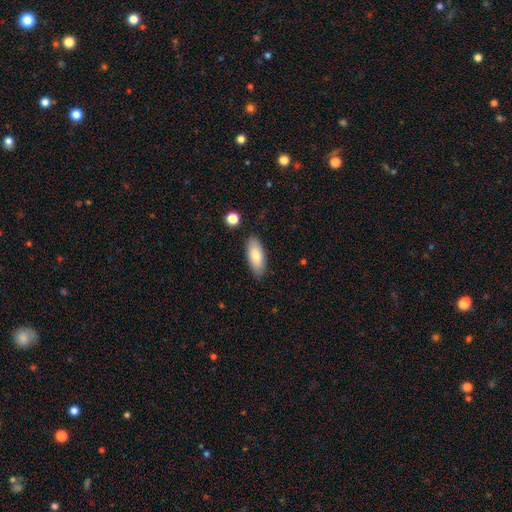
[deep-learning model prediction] smooth 81%, featured or disk 13%, star or artifact 6%. Down the decision tree: how rounded — in between (80%); merging — none (86%).